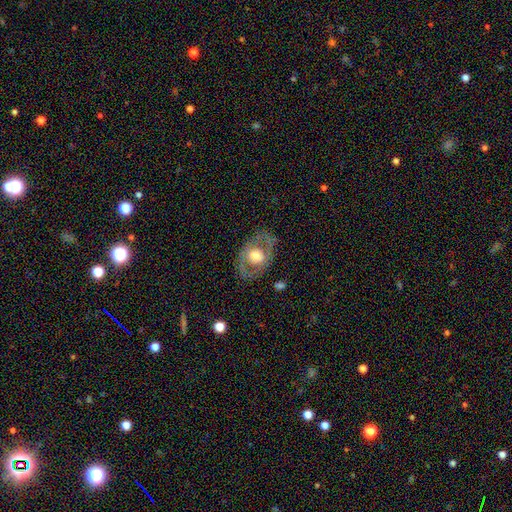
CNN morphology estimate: Smooth or featured?
  - featured or disk: 61% *
  - smooth: 33%
  - star or artifact: 6%
Edge-on disk?
  - no: 93% *
  - yes: 7%
Bar?
  - no: 74% *
  - weak: 19%
  - strong: 7%
Spiral arms?
  - no: 65% *
  - yes: 35%
Bulge size?
  - moderate: 57% *
  - large: 32%
  - small: 8%
  - dominant: 2%
  - none: 1%
Merging?
  - none: 76% *
  - minor disturbance: 14%
  - major disturbance: 9%
  - merger: 1%